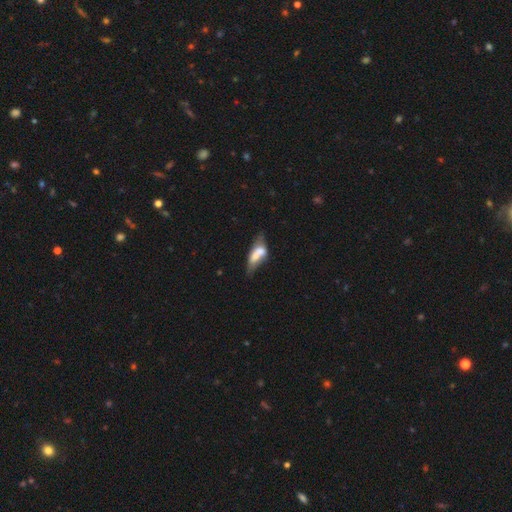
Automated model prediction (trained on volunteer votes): This appears to be a smooth galaxy with no disk features (55%) that is in between round and cigar-shaped (70%). Merging: merger (31%).